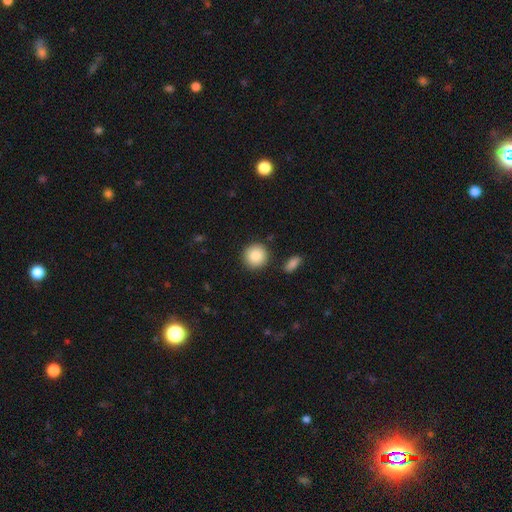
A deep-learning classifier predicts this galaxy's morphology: A smooth galaxy with no disk features (87%) that is round (93%).

Vote fractions:
- Smooth or featured? smooth: 87% / star or artifact: 8% / featured or disk: 5%
- How rounded? round: 93% / in between: 6% / cigar-shaped: 1%
- Merging? none: 87% / minor disturbance: 7% / merger: 3% / major disturbance: 2%